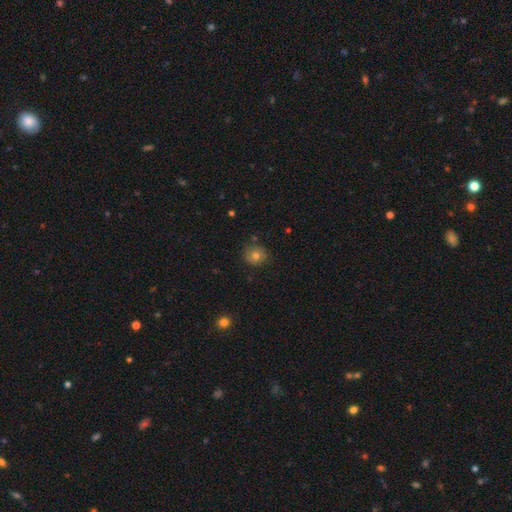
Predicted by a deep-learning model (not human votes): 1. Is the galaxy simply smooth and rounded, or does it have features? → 68% smooth, 19% featured or disk, 12% star or artifact.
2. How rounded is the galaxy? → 85% round, 14% in between, 1% cigar-shaped.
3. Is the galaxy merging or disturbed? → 78% none, 16% minor disturbance, 4% major disturbance, 2% merger.